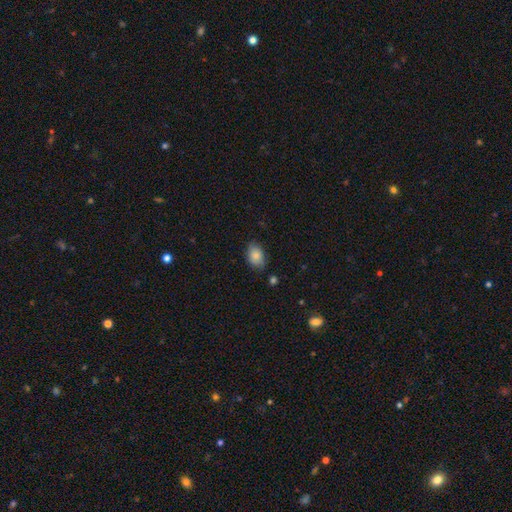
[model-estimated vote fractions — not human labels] The model was most divided on "merging": none: 73%, minor disturbance: 21%, major disturbance: 4%, merger: 2%. More confident: smooth or featured — smooth (84%); how rounded — in between (82%).